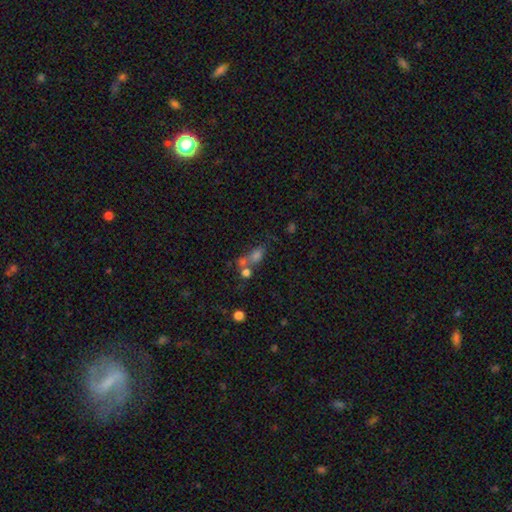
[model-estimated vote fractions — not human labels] A smooth galaxy with no disk features (59%) that is in between round and cigar-shaped (58%).

Vote fractions:
- Smooth or featured? smooth: 59% / star or artifact: 23% / featured or disk: 18%
- How rounded? in between: 58% / round: 35% / cigar-shaped: 7%
- Merging? merger: 47% / none: 34% / minor disturbance: 10% / major disturbance: 8%